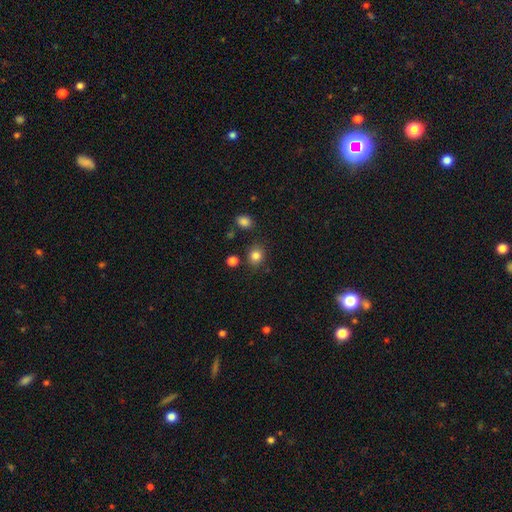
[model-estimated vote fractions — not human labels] Smooth or featured? smooth (82%)
How rounded? round (74%)
Merging? none (82%)